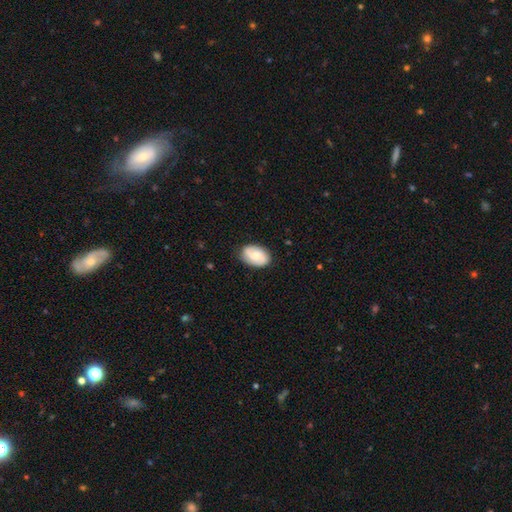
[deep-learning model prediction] The model was most divided on "smooth or featured": featured or disk: 51%, smooth: 42%, star or artifact: 7%. More confident: edge-on disk — no (97%); merging — none (81%).